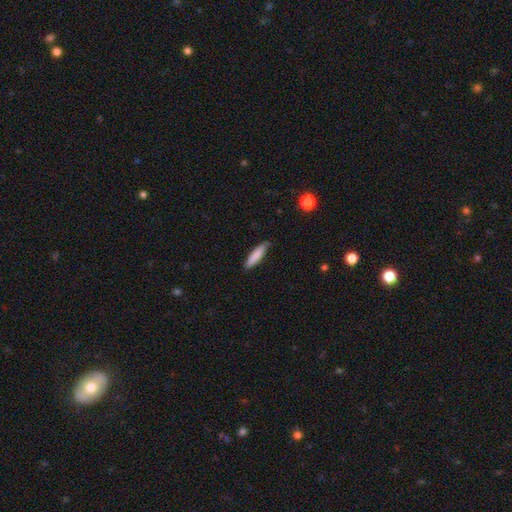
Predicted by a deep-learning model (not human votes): This is clearly a smooth galaxy (82%). How rounded: clearly cigar-shaped (82%). Merging: clearly none (81%).